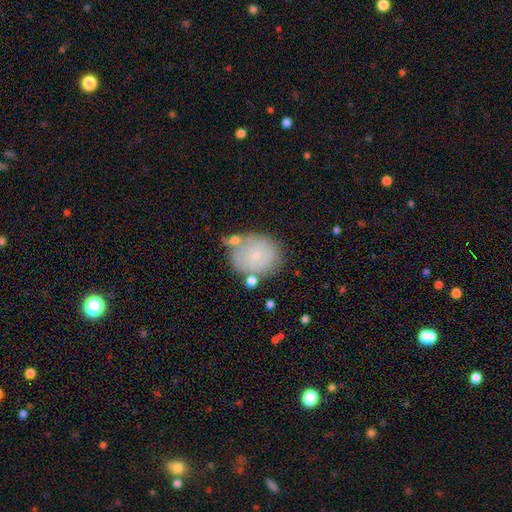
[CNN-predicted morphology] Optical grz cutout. It shows a smooth galaxy with no disk features (55%) that is round (67%). Merging: none (61%).